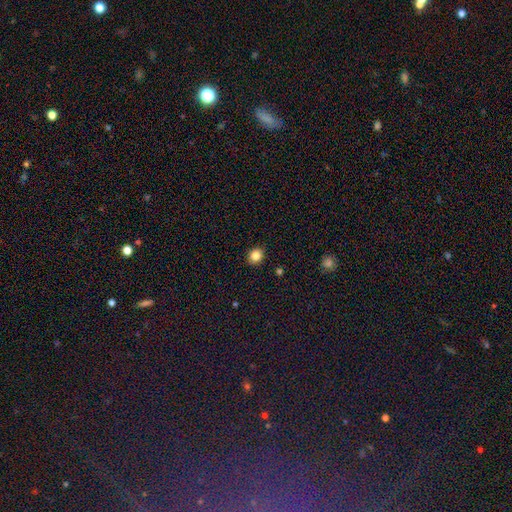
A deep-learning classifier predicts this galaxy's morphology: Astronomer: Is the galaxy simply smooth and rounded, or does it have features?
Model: smooth — 83%.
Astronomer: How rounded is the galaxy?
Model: round — 72%.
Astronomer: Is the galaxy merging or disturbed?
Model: none — 91%.